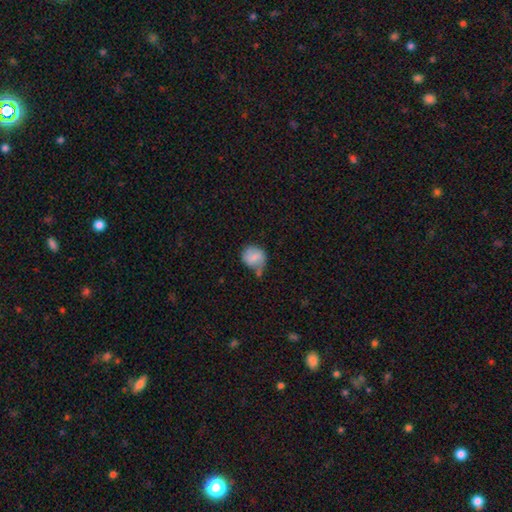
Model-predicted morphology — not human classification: Smooth or featured? Predicted: smooth (p=0.59). How rounded? Predicted: round (p=0.69). Merging? Predicted: none (p=0.43).